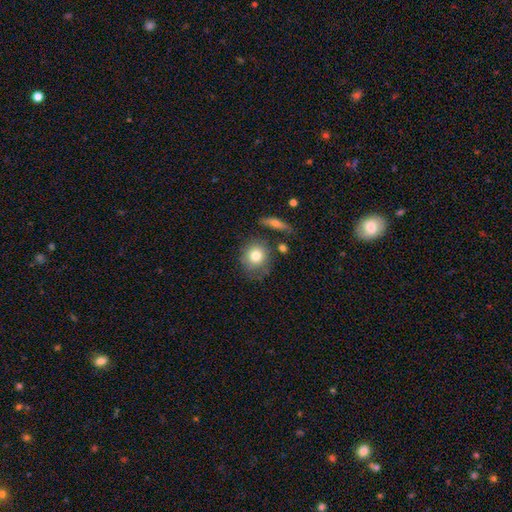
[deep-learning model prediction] Q: Smooth or featured?
A: smooth (79%); runner-up: featured or disk (13%)
Q: How rounded?
A: round (82%); runner-up: in between (17%)
Q: Merging?
A: none (69%); runner-up: minor disturbance (17%)